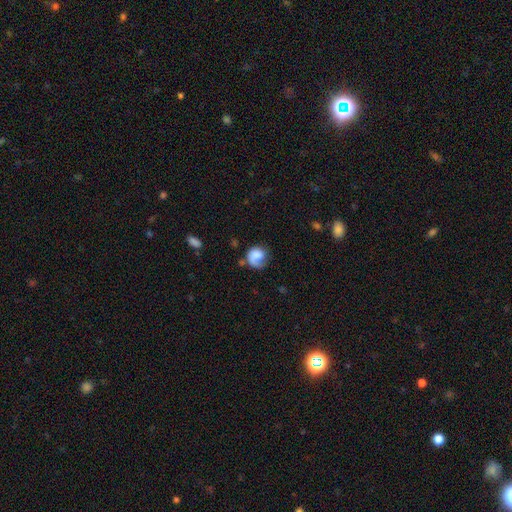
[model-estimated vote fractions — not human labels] This appears to be a smooth galaxy with no disk features (53%) that is round (70%). Merging: none (46%).